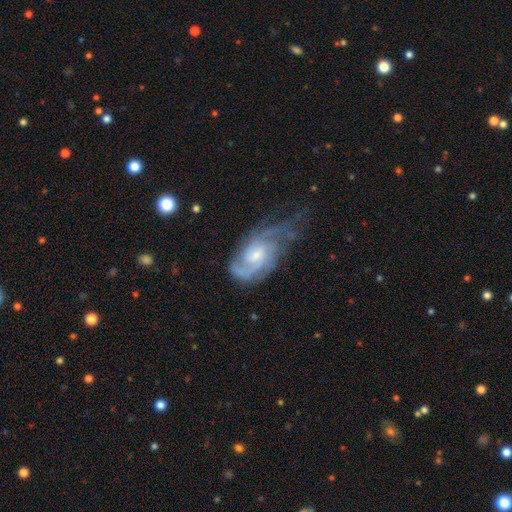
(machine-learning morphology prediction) Q: Smooth or featured?
A: featured or disk (84%); runner-up: smooth (11%)
Q: Edge-on disk?
A: no (96%); runner-up: yes (4%)
Q: Bar?
A: no (55%); runner-up: weak (39%)
Q: Spiral arms?
A: yes (96%); runner-up: no (4%)
Q: Spiral winding?
A: tight (44%); runner-up: medium (42%)
Q: Spiral arm count?
A: 2 (38%); runner-up: can't tell (25%)
Q: Bulge size?
A: small (53%); runner-up: moderate (38%)
Q: Merging?
A: none (45%); runner-up: minor disturbance (29%)